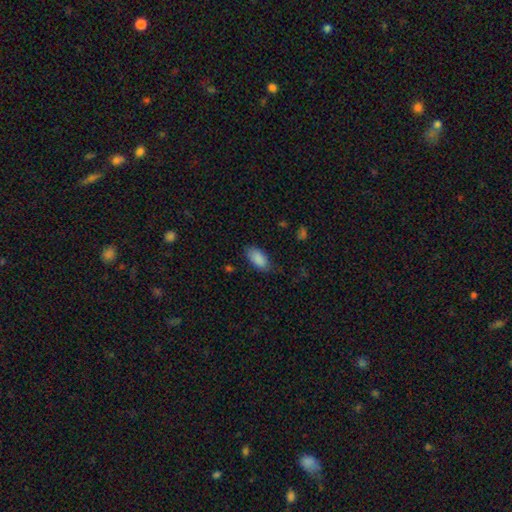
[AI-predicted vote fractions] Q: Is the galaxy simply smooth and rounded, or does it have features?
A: smooth — 88%.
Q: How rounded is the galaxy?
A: in between — 93%.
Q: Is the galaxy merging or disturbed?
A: none — 77%.